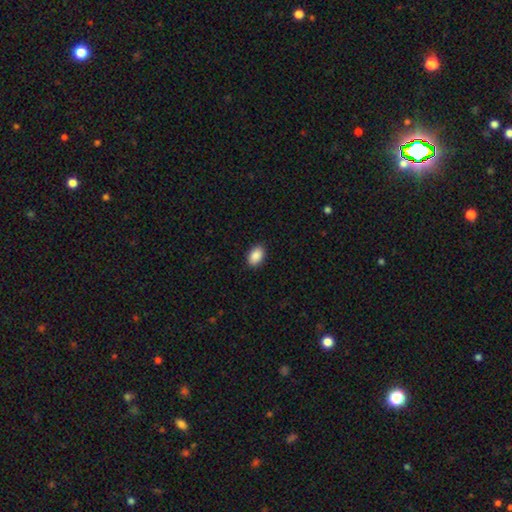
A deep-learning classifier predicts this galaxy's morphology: This is clearly a smooth galaxy (90%). How rounded: clearly in between (88%). Merging: clearly none (89%).